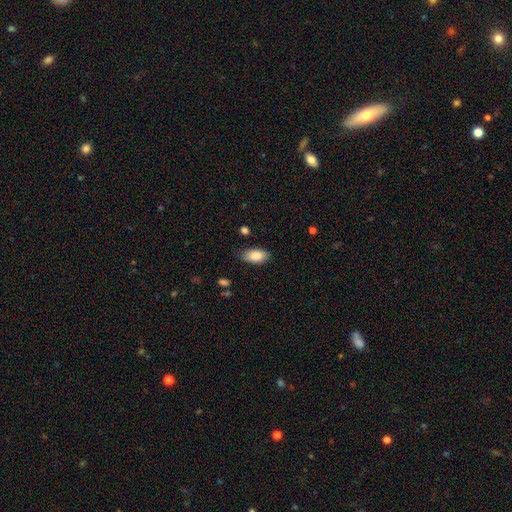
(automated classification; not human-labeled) A smooth galaxy with no disk features (87%) that is in between round and cigar-shaped (92%).

Vote fractions:
- Smooth or featured? smooth: 87% / star or artifact: 7% / featured or disk: 6%
- How rounded? in between: 92% / cigar-shaped: 5% / round: 3%
- Merging? none: 81% / minor disturbance: 15% / major disturbance: 3% / merger: 1%